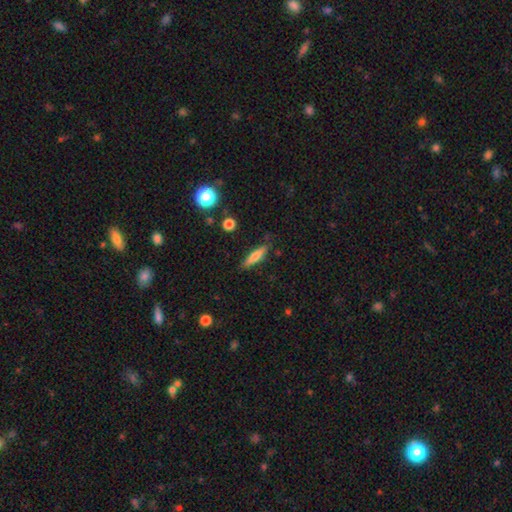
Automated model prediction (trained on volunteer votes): The model was most divided on "smooth or featured": smooth: 71%, featured or disk: 22%, star or artifact: 7%. More confident: merging — none (84%); how rounded — cigar-shaped (80%).